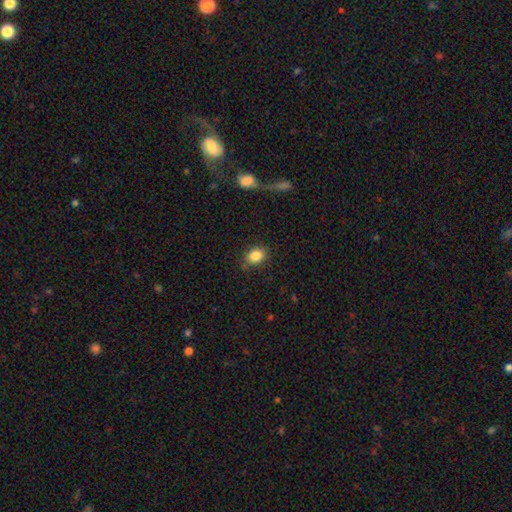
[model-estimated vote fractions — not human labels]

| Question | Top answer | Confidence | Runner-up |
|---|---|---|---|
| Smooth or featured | smooth | 85% | star or artifact (9%) |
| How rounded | in between | 54% | round (45%) |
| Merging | none | 78% | minor disturbance (15%) |